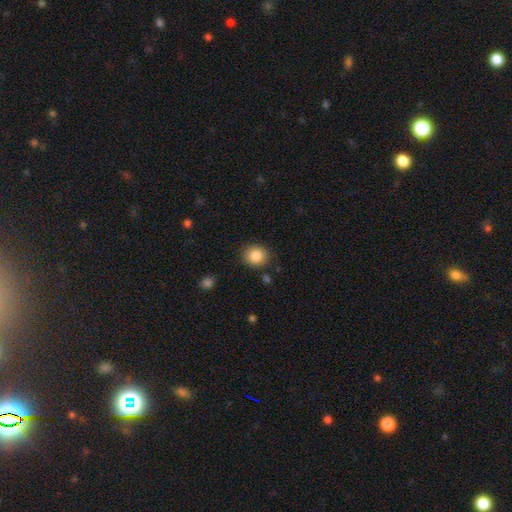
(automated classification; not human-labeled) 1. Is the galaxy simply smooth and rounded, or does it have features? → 86% smooth, 9% star or artifact, 5% featured or disk.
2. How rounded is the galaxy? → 82% round, 17% in between, 1% cigar-shaped.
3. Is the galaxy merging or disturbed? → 86% none, 9% minor disturbance, 3% major disturbance, 2% merger.